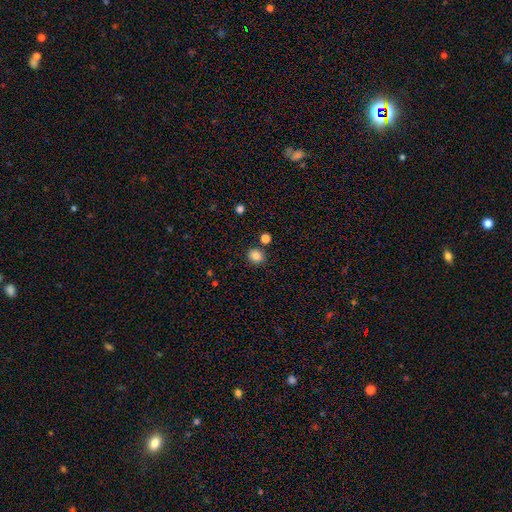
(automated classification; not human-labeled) smooth-or-featured: smooth: 84% | star or artifact: 11% | featured or disk: 4%
  how-rounded: round: 72% | in between: 27% | cigar-shaped: 1%
  merging: none: 84% | minor disturbance: 9% | merger: 5% | major disturbance: 3%